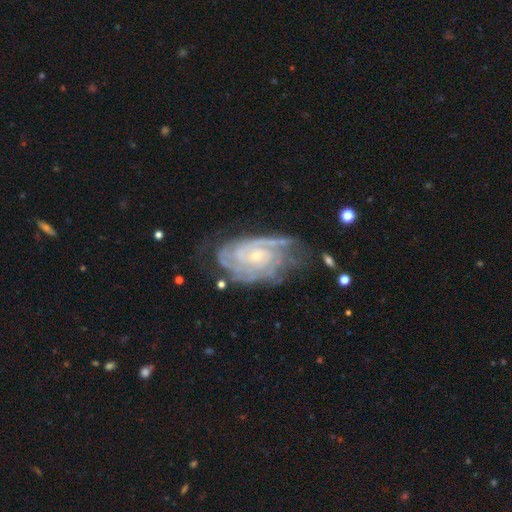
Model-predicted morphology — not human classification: smooth_or_featured: featured or disk (p=0.89) [alt: star or artifact p=0.05]
disk_edge_on: no (p=0.97) [alt: yes p=0.03]
bar: no (p=0.69) [alt: weak p=0.25]
has_spiral_arms: yes (p=0.97) [alt: no p=0.03]
spiral_winding: tight (p=0.73) [alt: medium p=0.23]
spiral_arm_count: can't tell (p=0.26) [alt: 2 p=0.25]
bulge_size: small (p=0.73) [alt: moderate p=0.22]
merging: none (p=0.59) [alt: minor disturbance p=0.26]